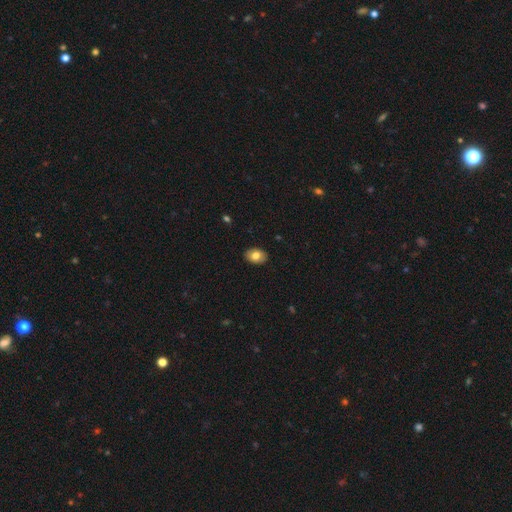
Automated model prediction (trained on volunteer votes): This appears to be a smooth galaxy with no disk features (79%) that is in between round and cigar-shaped (81%). Merging: none (90%).